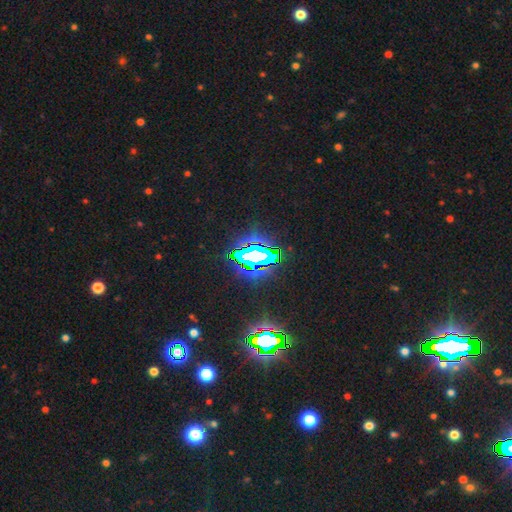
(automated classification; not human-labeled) Smooth or featured?
  - star or artifact: 72% *
  - smooth: 15%
  - featured or disk: 13%